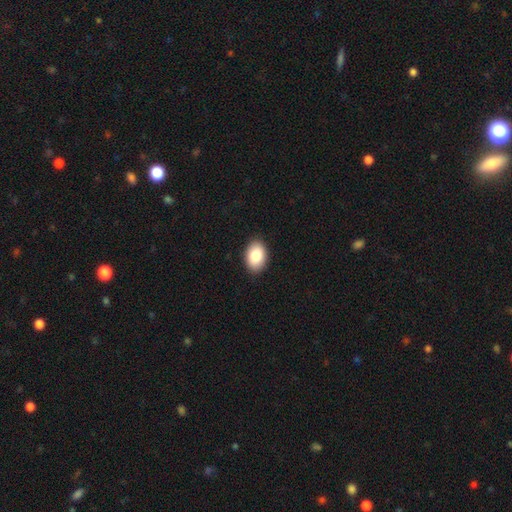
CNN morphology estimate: A smooth galaxy with no disk features (85%) that is in between round and cigar-shaped (87%). Merging: none (90%).